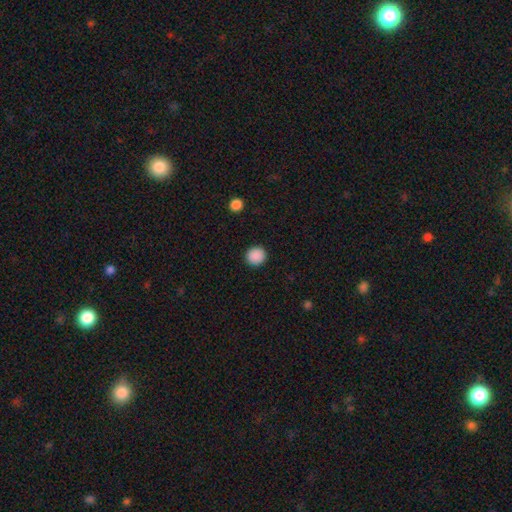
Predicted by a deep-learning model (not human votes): This is clearly a smooth galaxy (89%). How rounded: clearly round (92%). Merging: clearly none (92%).